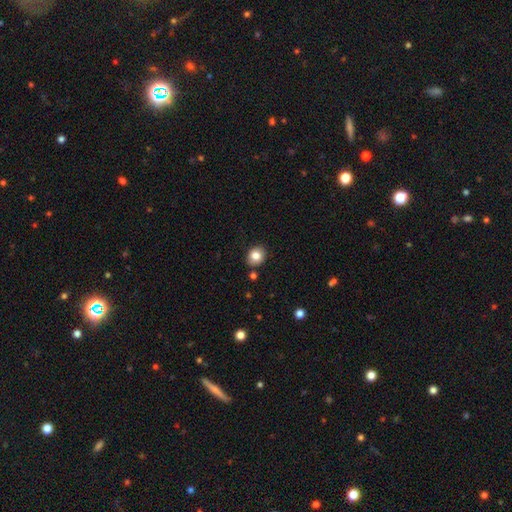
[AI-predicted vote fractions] The model was most divided on "how rounded": round: 68%, in between: 31%, cigar-shaped: 1%. More confident: merging — none (85%); smooth or featured — smooth (83%).